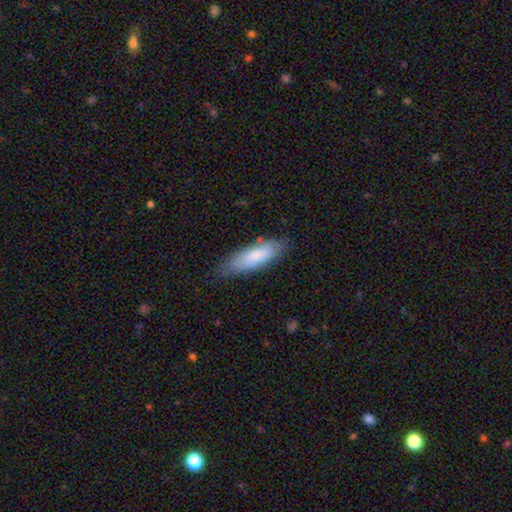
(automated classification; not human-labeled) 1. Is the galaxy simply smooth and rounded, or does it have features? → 78% smooth, 16% featured or disk, 6% star or artifact.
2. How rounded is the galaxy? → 55% in between, 44% cigar-shaped, 2% round.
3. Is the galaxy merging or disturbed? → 74% none, 20% minor disturbance, 4% major disturbance, 2% merger.